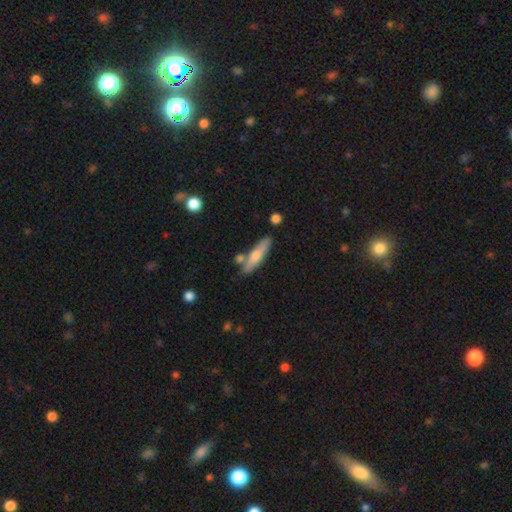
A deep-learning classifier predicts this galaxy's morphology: A smooth galaxy with no disk features (63%) that is cigar-shaped (72%).

Vote fractions:
- Smooth or featured? smooth: 63% / featured or disk: 31% / star or artifact: 6%
- How rounded? cigar-shaped: 72% / in between: 26% / round: 2%
- Merging? none: 71% / minor disturbance: 14% / merger: 11% / major disturbance: 3%